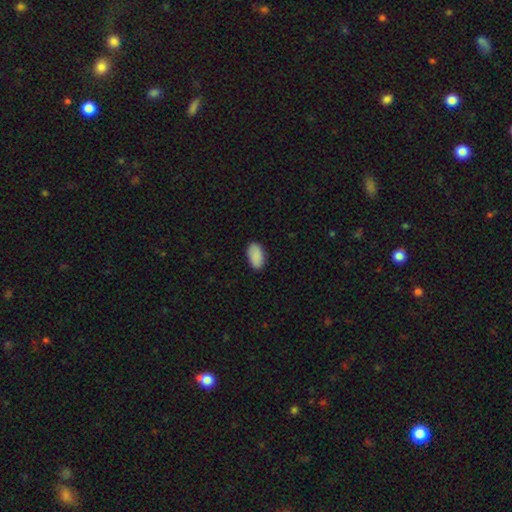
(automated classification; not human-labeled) Smooth or featured? smooth (90%)
How rounded? in between (94%)
Merging? none (87%)